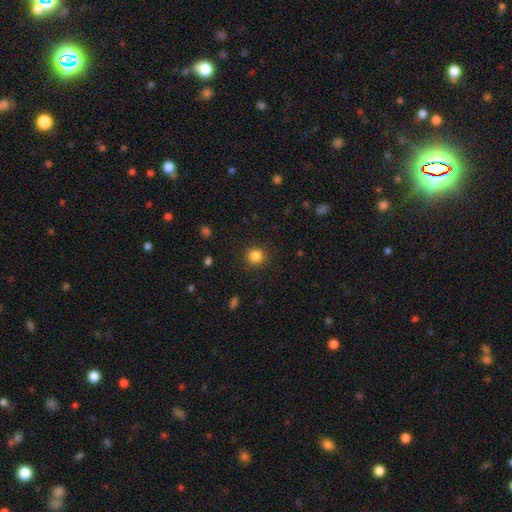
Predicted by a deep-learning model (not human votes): Smooth or featured? smooth (84%)
How rounded? round (92%)
Merging? none (90%)